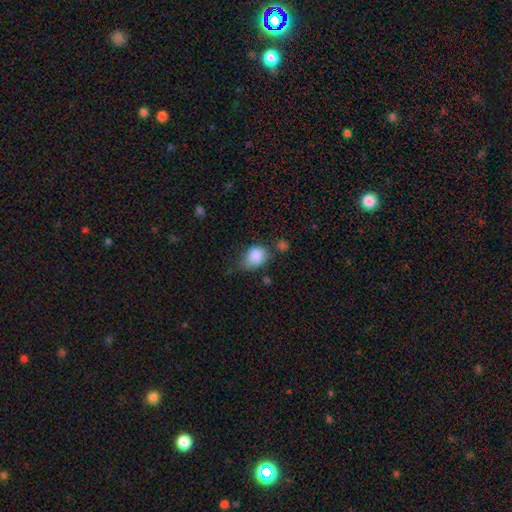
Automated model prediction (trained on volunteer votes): Q: Smooth or featured?
A: smooth (86%); runner-up: star or artifact (9%)
Q: How rounded?
A: in between (53%); runner-up: round (46%)
Q: Merging?
A: none (48%); runner-up: minor disturbance (35%)